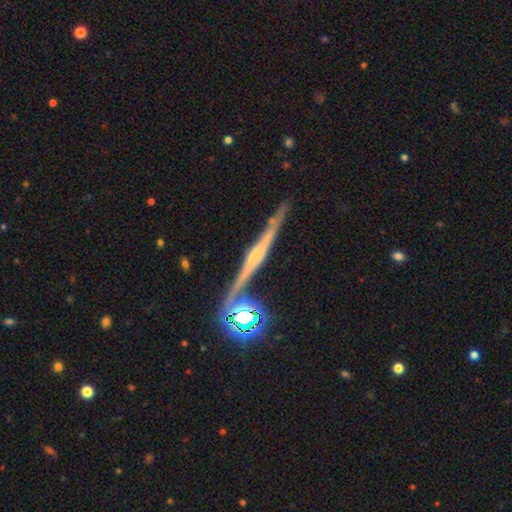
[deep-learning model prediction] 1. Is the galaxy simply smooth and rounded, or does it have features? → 72% featured or disk, 15% smooth, 13% star or artifact.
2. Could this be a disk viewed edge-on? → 93% yes, 7% no.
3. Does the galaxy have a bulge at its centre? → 48% rounded, 28% boxy, 24% none.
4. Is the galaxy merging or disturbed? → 73% none, 15% minor disturbance, 8% merger, 4% major disturbance.